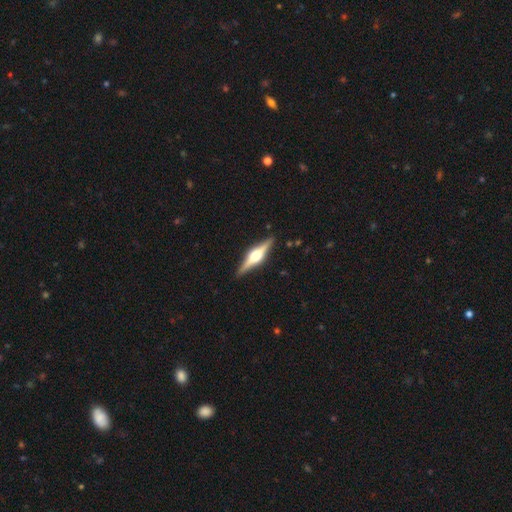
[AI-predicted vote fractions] smooth_or_featured: featured or disk (p=0.81) [alt: smooth p=0.14]
disk_edge_on: yes (p=0.98) [alt: no p=0.02]
edge_on_bulge: rounded (p=0.93) [alt: boxy p=0.06]
merging: none (p=0.90) [alt: minor disturbance p=0.07]